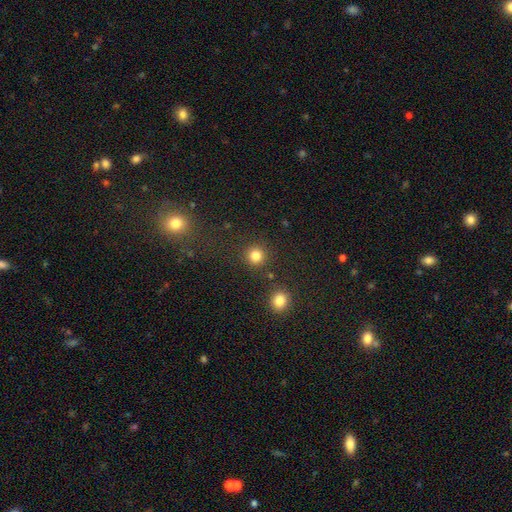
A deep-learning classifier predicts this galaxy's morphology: This is clearly a smooth galaxy (83%). How rounded: clearly round (93%). Merging: clearly none (87%).